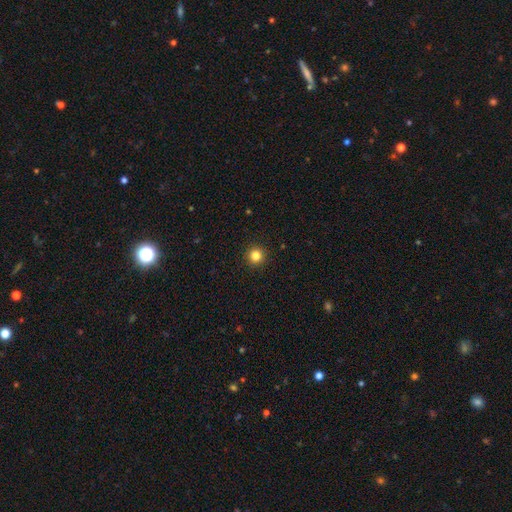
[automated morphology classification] Smooth or featured?
  - smooth: 83% *
  - star or artifact: 12%
  - featured or disk: 4%
How rounded?
  - round: 96% *
  - in between: 3%
  - cigar-shaped: 1%
Merging?
  - none: 93% *
  - minor disturbance: 4%
  - major disturbance: 2%
  - merger: 1%